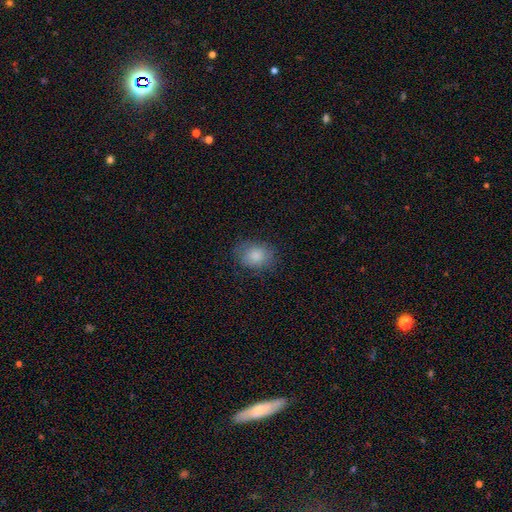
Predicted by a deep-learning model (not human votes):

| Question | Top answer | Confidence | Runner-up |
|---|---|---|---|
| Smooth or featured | smooth | 85% | star or artifact (8%) |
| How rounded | in between | 61% | round (38%) |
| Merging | none | 77% | minor disturbance (16%) |